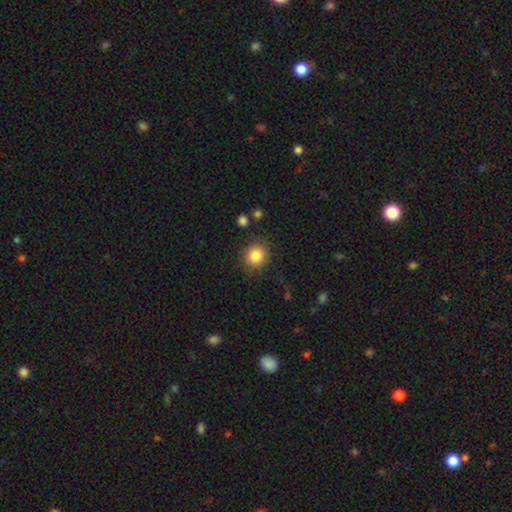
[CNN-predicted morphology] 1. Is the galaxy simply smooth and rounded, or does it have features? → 85% smooth, 10% star or artifact, 5% featured or disk.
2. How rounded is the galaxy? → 80% round, 19% in between, 1% cigar-shaped.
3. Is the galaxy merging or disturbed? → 85% none, 10% minor disturbance, 3% major disturbance, 2% merger.